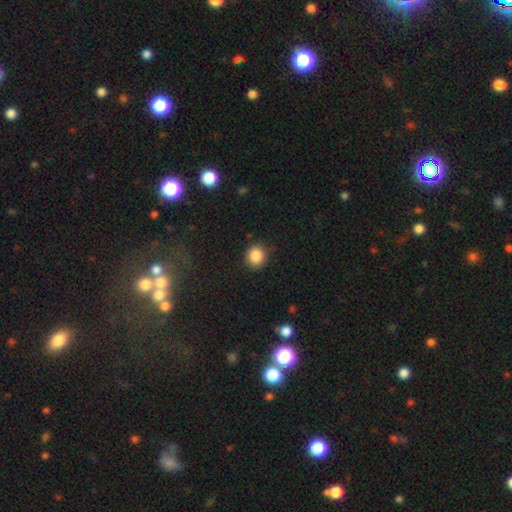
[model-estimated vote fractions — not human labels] The model was most divided on "how rounded": round: 87%, in between: 12%, cigar-shaped: 1%. More confident: merging — none (88%); smooth or featured — smooth (86%).